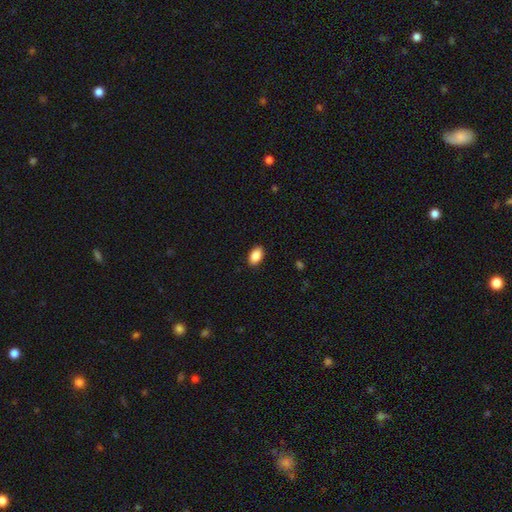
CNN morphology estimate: type=smooth (89%); roundness=in between (92%); merging=none (90%).